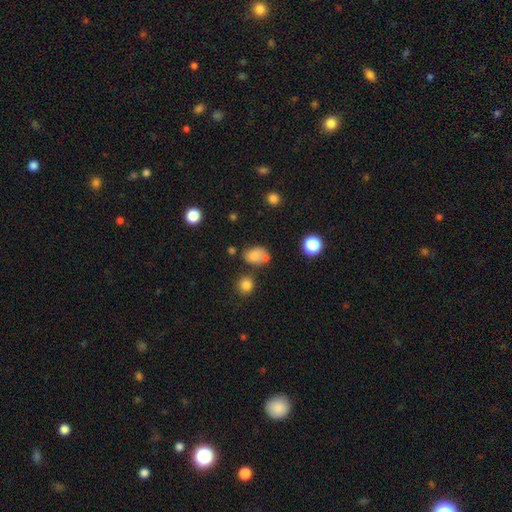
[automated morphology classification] Smooth or featured?
  - smooth: 77% *
  - star or artifact: 13%
  - featured or disk: 10%
How rounded?
  - in between: 68% *
  - round: 31%
  - cigar-shaped: 1%
Merging?
  - none: 52% *
  - minor disturbance: 22%
  - merger: 18%
  - major disturbance: 8%